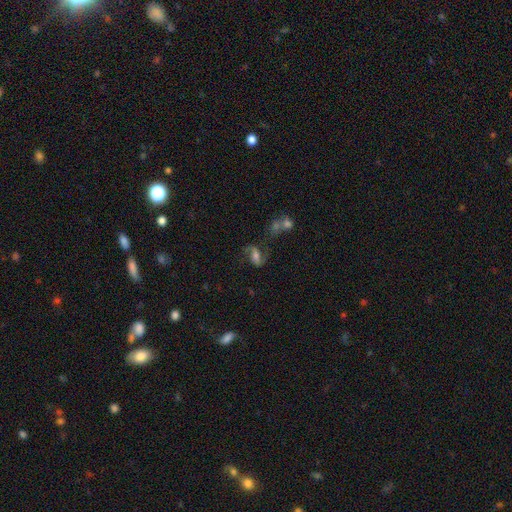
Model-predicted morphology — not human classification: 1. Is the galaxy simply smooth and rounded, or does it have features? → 71% featured or disk, 19% smooth, 10% star or artifact.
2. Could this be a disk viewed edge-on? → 96% no, 4% yes.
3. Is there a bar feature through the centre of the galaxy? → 44% weak, 29% no, 26% strong.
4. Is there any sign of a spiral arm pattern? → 91% yes, 9% no.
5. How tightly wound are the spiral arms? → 61% loose, 32% medium, 7% tight.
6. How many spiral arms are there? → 88% 2, 5% 1, 4% can't tell, 1% 3, 1% 4, 1% more than 4.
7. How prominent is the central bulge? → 53% moderate, 23% small, 15% large, 7% none, 2% dominant.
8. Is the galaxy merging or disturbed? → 53% none, 17% minor disturbance, 16% major disturbance, 14% merger.